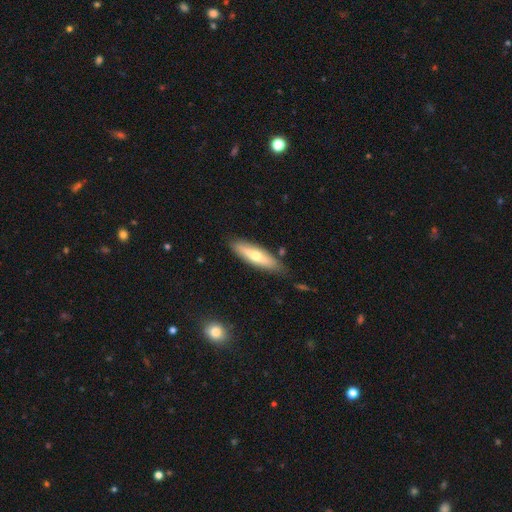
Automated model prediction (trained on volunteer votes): smooth-or-featured: smooth: 53% | featured or disk: 41% | star or artifact: 6%
  how-rounded: cigar-shaped: 63% | in between: 35% | round: 2%
  merging: none: 81% | minor disturbance: 13% | merger: 3% | major disturbance: 3%